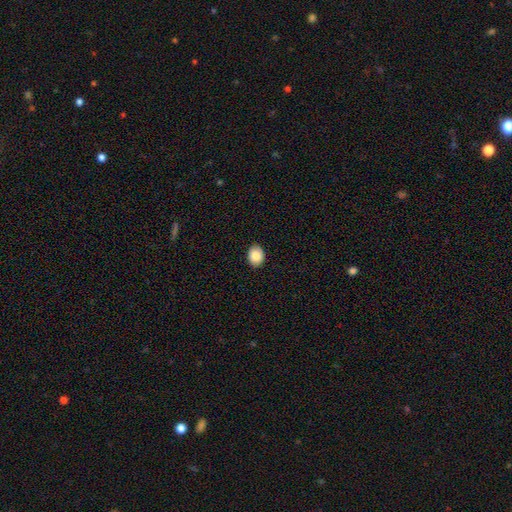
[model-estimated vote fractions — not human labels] Smooth or featured: smooth — 87% (star or artifact — 8%)
How rounded: in between — 55% (round — 44%)
Merging: none — 89% (minor disturbance — 8%)